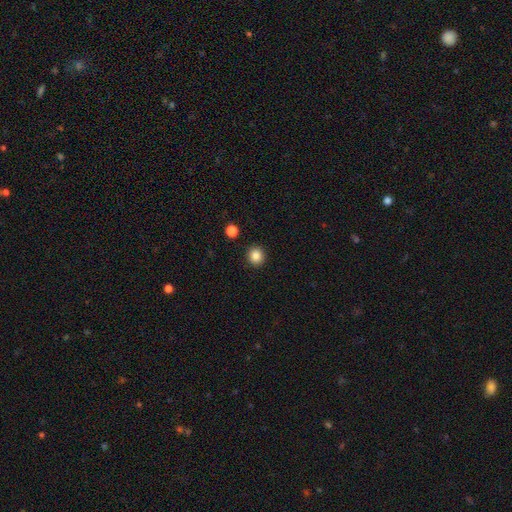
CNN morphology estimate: smooth_or_featured: smooth (p=0.86) [alt: star or artifact p=0.10]
how_rounded: round (p=0.91) [alt: in between p=0.08]
merging: none (p=0.92) [alt: minor disturbance p=0.05]